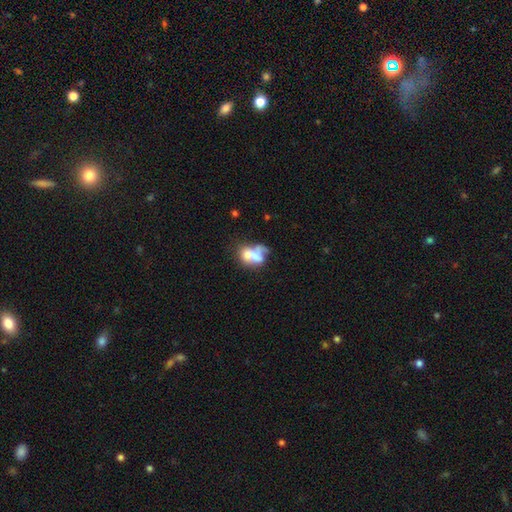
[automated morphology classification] Smooth or featured?
  - smooth: 51% *
  - featured or disk: 38%
  - star or artifact: 11%
How rounded?
  - in between: 69% *
  - round: 27%
  - cigar-shaped: 4%
Merging?
  - merger: 57% *
  - none: 19%
  - major disturbance: 14%
  - minor disturbance: 10%